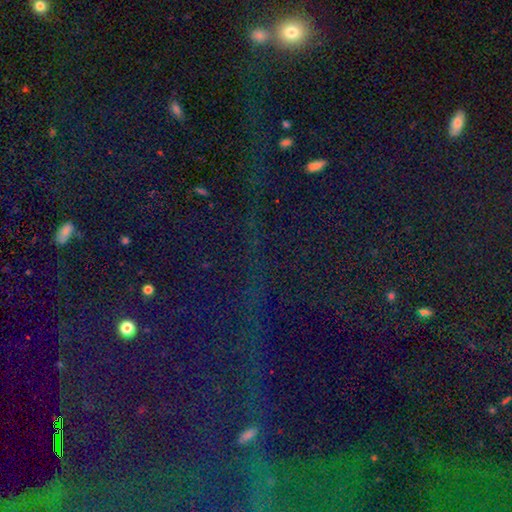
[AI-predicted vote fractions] A star or artifact, not a galaxy (80%).

Vote fractions:
- Smooth or featured? star or artifact: 80% / smooth: 12% / featured or disk: 8%